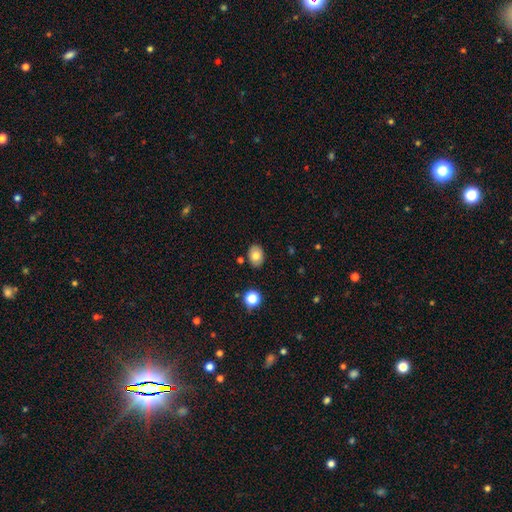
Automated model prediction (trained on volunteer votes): Overall: smooth (75%). How rounded: in between (70%). Merging: none (85%).